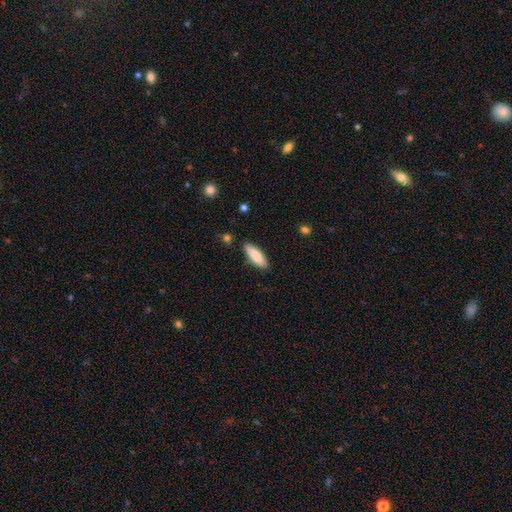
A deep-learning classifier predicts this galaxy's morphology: Overall: smooth (83%). How rounded: in between (54%; cigar-shaped 44%). Merging: none (86%).